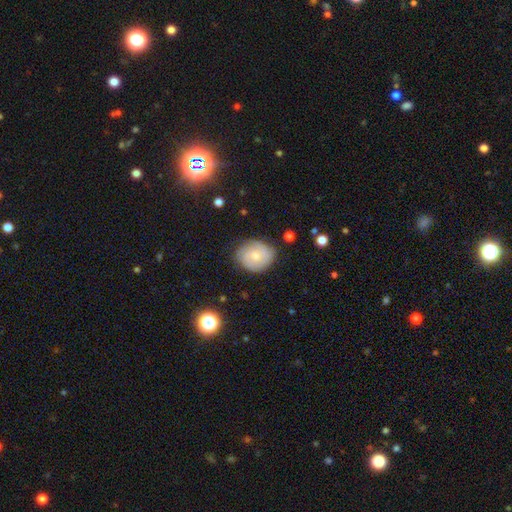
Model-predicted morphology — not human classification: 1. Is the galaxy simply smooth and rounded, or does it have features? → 52% smooth, 41% featured or disk, 7% star or artifact.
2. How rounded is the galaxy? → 62% round, 37% in between, 1% cigar-shaped.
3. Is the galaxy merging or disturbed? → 73% none, 20% minor disturbance, 5% major disturbance, 2% merger.